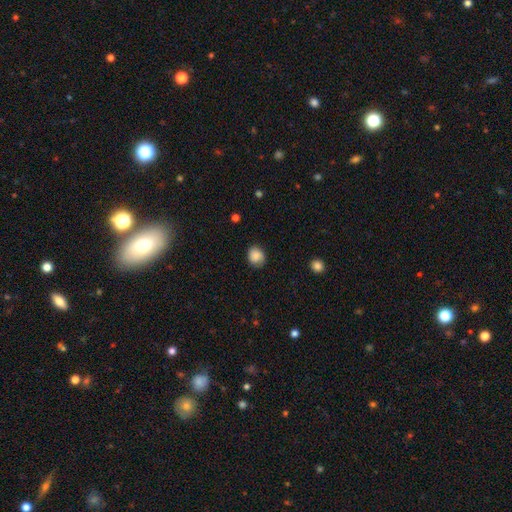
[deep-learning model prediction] smooth 87%, star or artifact 8%, featured or disk 5%. Down the decision tree: how rounded — round (64%); merging — none (81%).